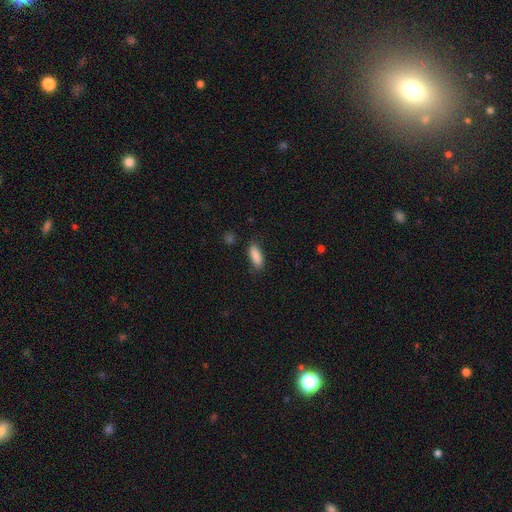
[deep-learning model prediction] Morphology: type=smooth (88%); roundness=in between (73%); merging=none (81%).